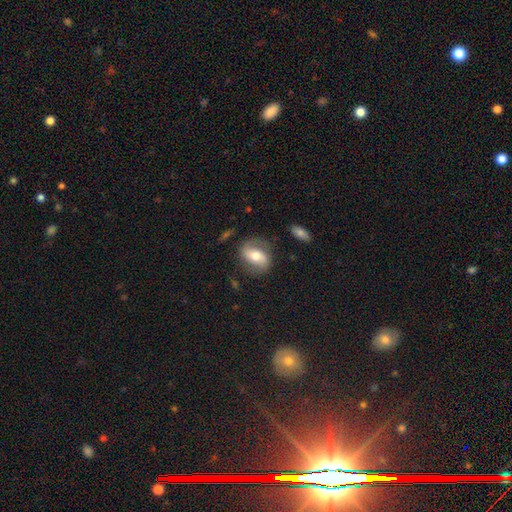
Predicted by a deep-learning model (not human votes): Smooth or featured: featured or disk — 55% (smooth — 38%)
Edge-on disk: no — 94% (yes — 6%)
Bar: no — 37% (weak — 33%)
Spiral arms: yes — 78% (no — 22%)
Bulge size: moderate — 68% (small — 19%)
Merging: none — 71% (minor disturbance — 18%)